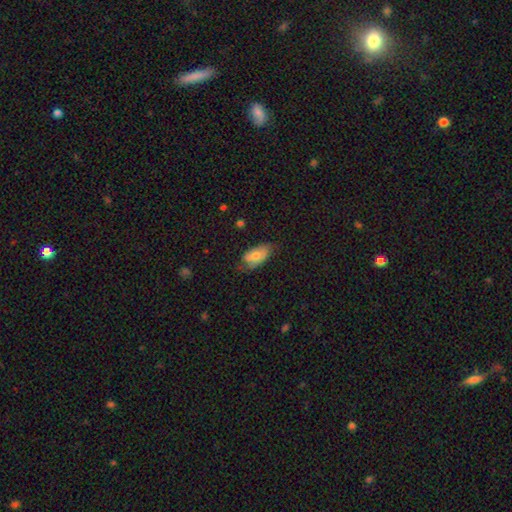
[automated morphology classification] smooth_or_featured: smooth (p=0.58) [alt: featured or disk p=0.35]
how_rounded: in between (p=0.91) [alt: cigar-shaped p=0.05]
merging: none (p=0.56) [alt: minor disturbance p=0.31]